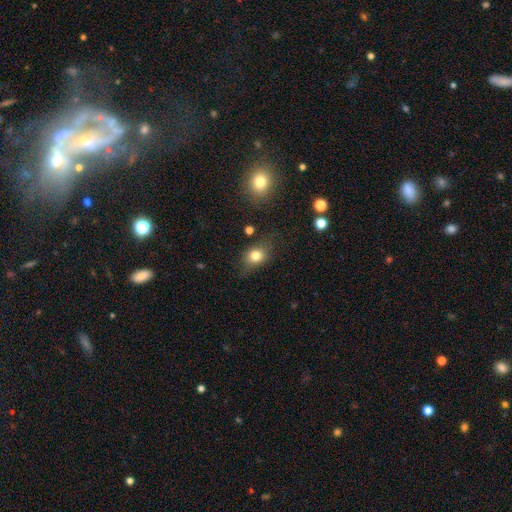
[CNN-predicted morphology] A smooth galaxy with no disk features (78%) that is in between round and cigar-shaped (54%). Merging: none (67%).